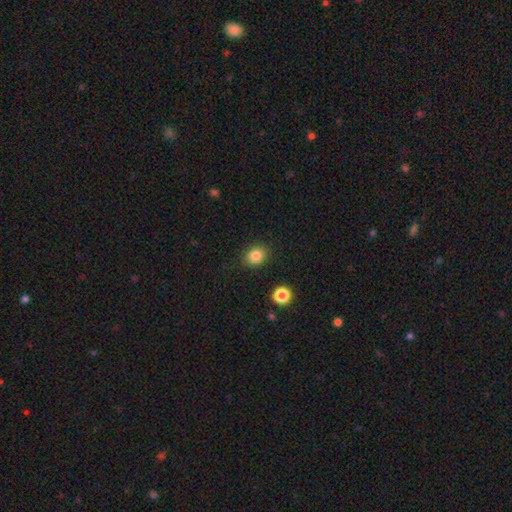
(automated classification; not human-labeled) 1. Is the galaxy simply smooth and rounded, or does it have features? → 83% smooth, 11% star or artifact, 6% featured or disk.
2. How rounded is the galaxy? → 59% round, 40% in between, 1% cigar-shaped.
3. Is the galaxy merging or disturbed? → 87% none, 9% minor disturbance, 3% major disturbance, 2% merger.